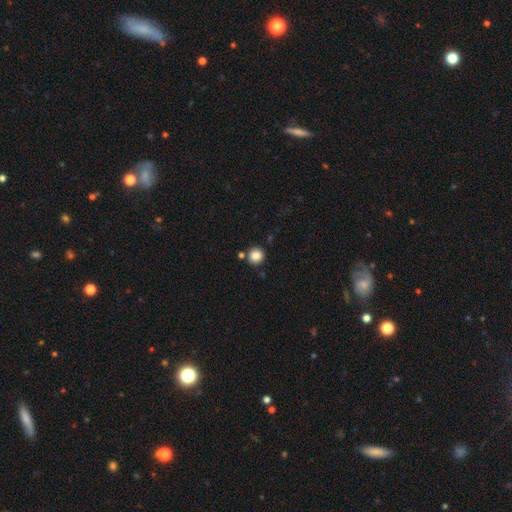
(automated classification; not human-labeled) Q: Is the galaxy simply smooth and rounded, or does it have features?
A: smooth — 85%.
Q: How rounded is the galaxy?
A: round — 94%.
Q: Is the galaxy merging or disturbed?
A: none — 83%.